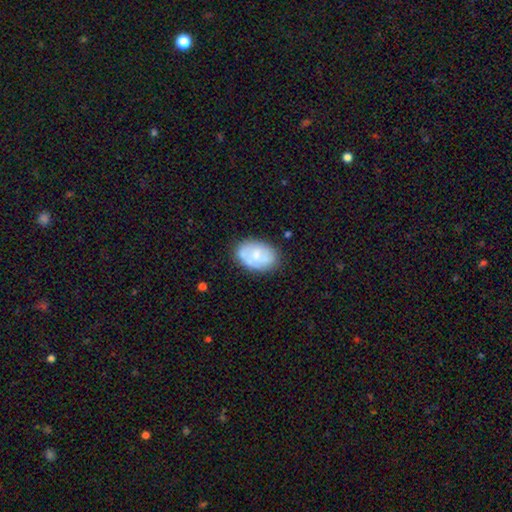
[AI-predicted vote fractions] This appears to be a smooth galaxy with no disk features (56%) that is in between round and cigar-shaped (85%). Merging: none (69%).